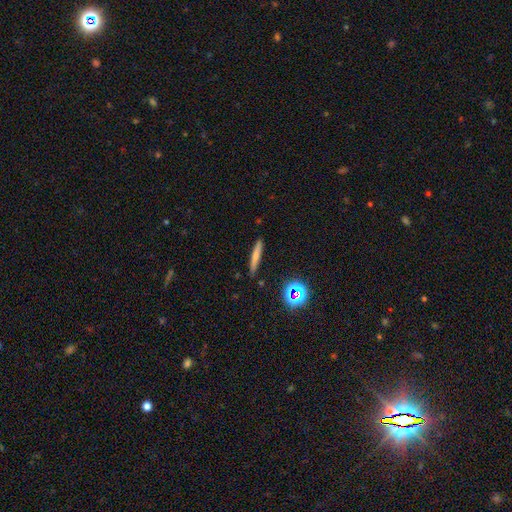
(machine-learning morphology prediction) Smooth or featured? Predicted: smooth (p=0.64). How rounded? Predicted: cigar-shaped (p=0.92). Merging? Predicted: none (p=0.86).